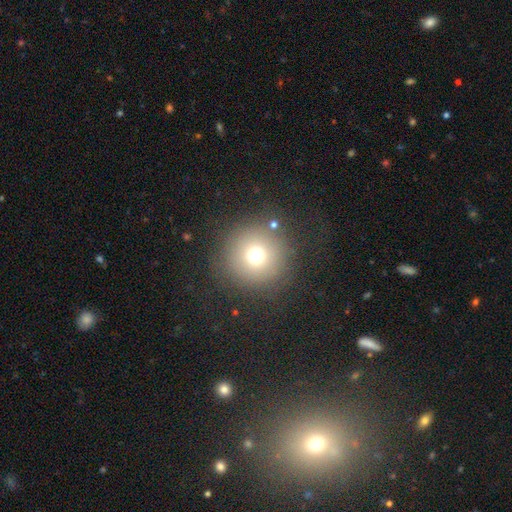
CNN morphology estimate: This appears to be a smooth galaxy with no disk features (70%) that is round (96%). Merging: none (85%).